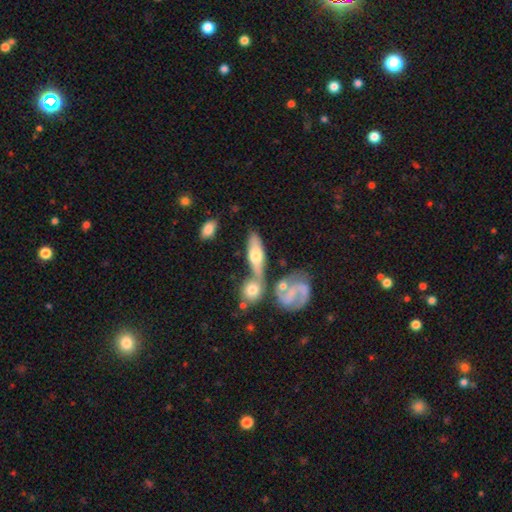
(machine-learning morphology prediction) Smooth or featured? Predicted: smooth (p=0.51). How rounded? Predicted: in between (p=0.58). Merging? Predicted: none (p=0.44).